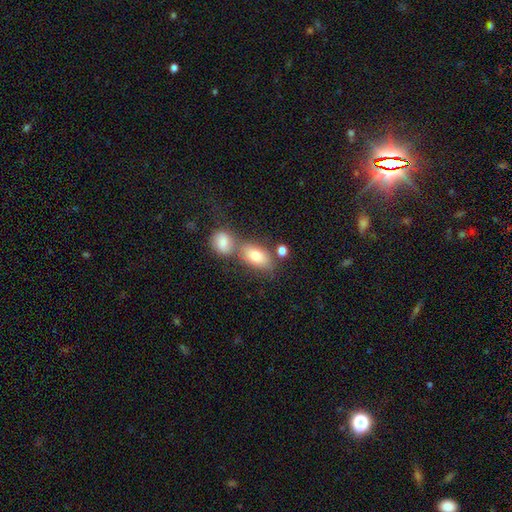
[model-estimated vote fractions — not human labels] This is likely a smooth galaxy (77%). How rounded: clearly in between (85%). Merging: marginally merger (43%).